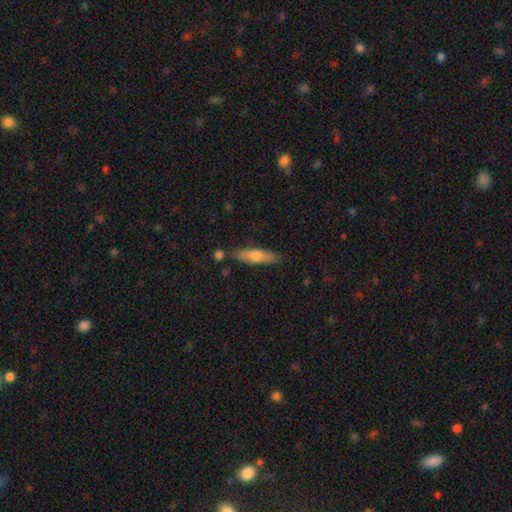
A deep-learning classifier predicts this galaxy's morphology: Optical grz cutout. It shows a smooth galaxy with no disk features (60%) that is cigar-shaped (69%). Merging: none (82%).